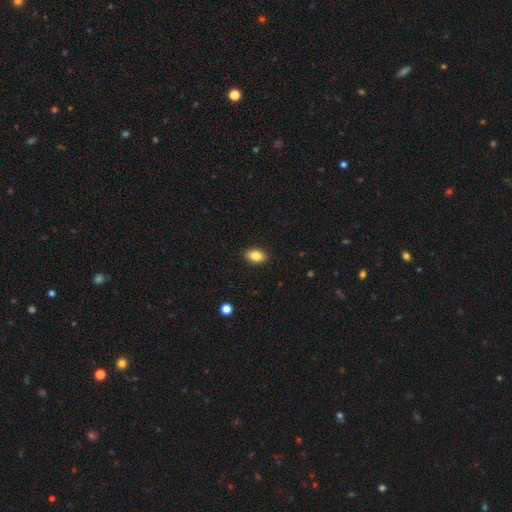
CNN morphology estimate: Smooth or featured? smooth (85%)
How rounded? in between (90%)
Merging? none (90%)